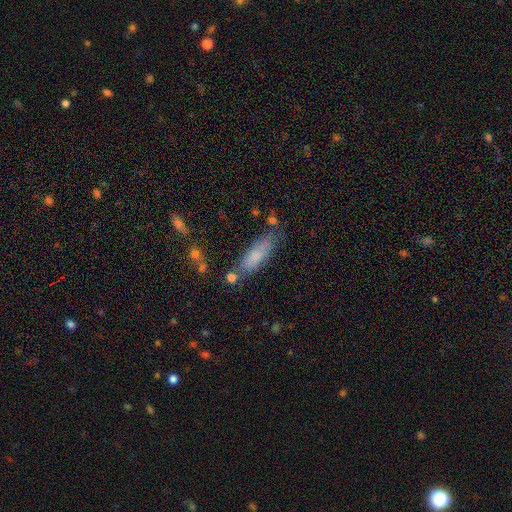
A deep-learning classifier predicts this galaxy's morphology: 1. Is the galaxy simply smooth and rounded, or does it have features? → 76% smooth, 16% featured or disk, 8% star or artifact.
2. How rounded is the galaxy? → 53% cigar-shaped, 45% in between, 2% round.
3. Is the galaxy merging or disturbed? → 66% none, 20% minor disturbance, 8% merger, 6% major disturbance.